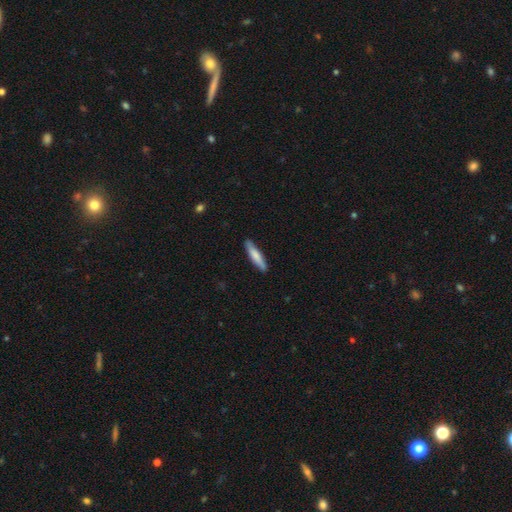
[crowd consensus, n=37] Q: Smooth or featured?
A: smooth (86%); runner-up: featured or disk (14%)
Q: How rounded?
A: cigar-shaped (81%); runner-up: in between (19%)
Q: Merging?
A: none (84%); runner-up: minor disturbance (11%)